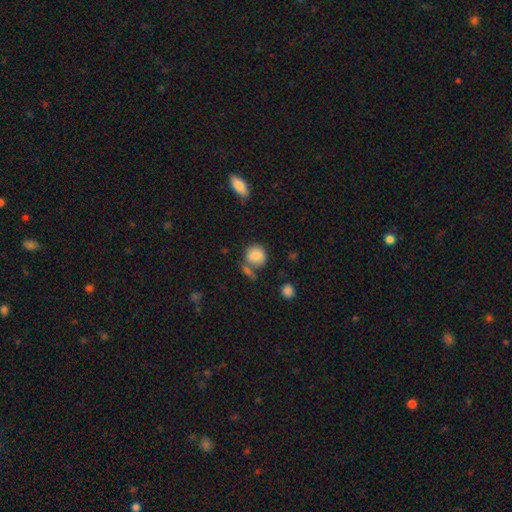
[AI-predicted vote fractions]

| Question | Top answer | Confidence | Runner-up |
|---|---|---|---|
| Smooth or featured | smooth | 81% | featured or disk (10%) |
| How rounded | round | 69% | in between (30%) |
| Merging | none | 55% | merger (21%) |